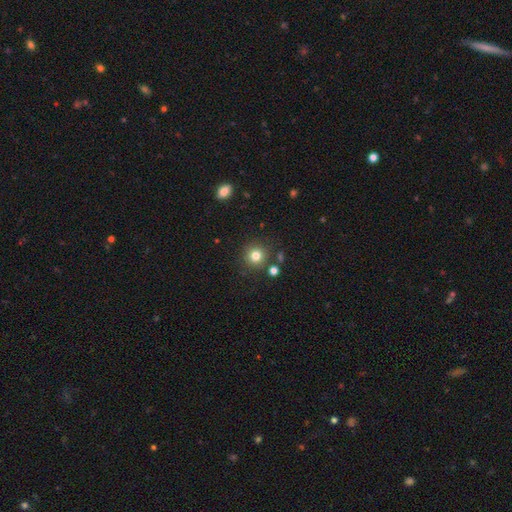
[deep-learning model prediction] The model was most divided on "smooth or featured": smooth: 80%, star or artifact: 13%, featured or disk: 7%. More confident: how rounded — round (93%); merging — none (84%).